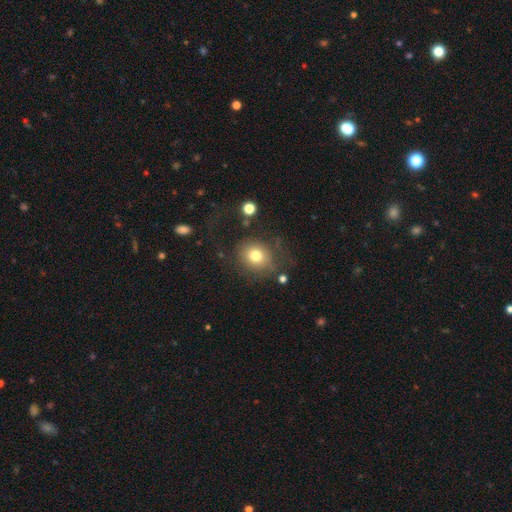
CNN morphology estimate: This appears to be a smooth galaxy with no disk features (76%) that is round (79%). Merging: none (69%).